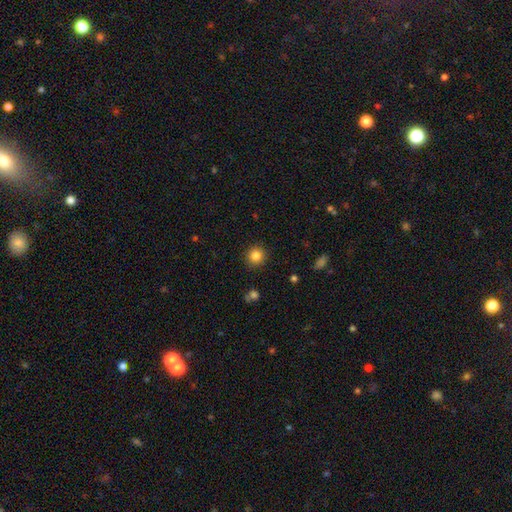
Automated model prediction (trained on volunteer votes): The model was most divided on "smooth or featured": smooth: 84%, star or artifact: 11%, featured or disk: 5%. More confident: how rounded — round (92%); merging — none (90%).